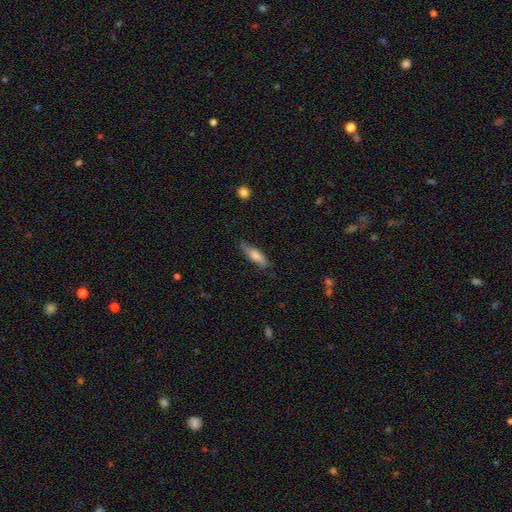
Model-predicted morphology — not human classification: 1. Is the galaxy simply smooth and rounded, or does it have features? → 73% smooth, 21% featured or disk, 6% star or artifact.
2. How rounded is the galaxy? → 52% cigar-shaped, 46% in between, 2% round.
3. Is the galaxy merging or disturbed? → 72% none, 22% minor disturbance, 5% major disturbance, 2% merger.